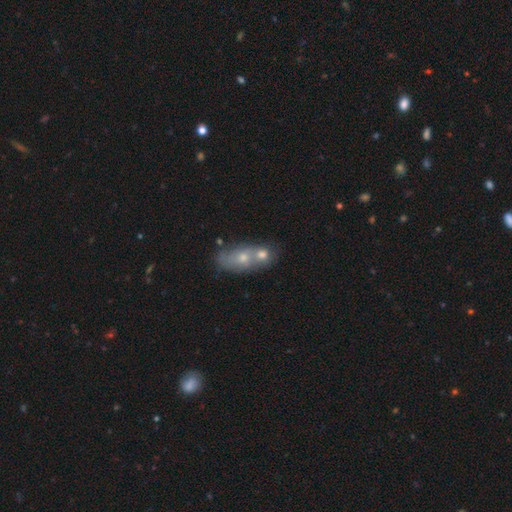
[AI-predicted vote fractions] Overall: smooth (57%; featured or disk 29%). How rounded: in between (60%; round 26%). Merging: merger (58%; none 29%).